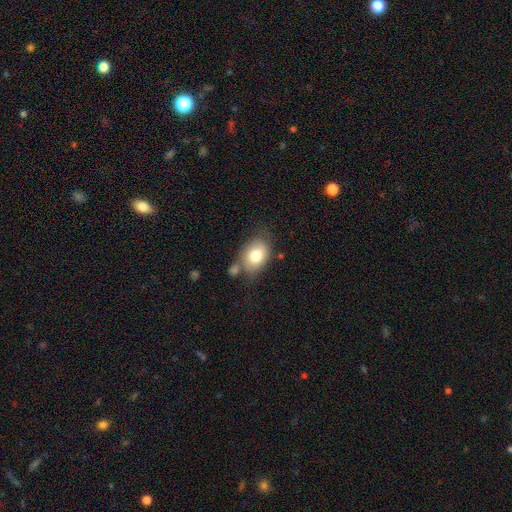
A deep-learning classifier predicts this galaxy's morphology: smooth_or_featured: smooth (p=0.77) [alt: featured or disk p=0.15]
how_rounded: in between (p=0.72) [alt: round p=0.27]
merging: none (p=0.62) [alt: minor disturbance p=0.20]